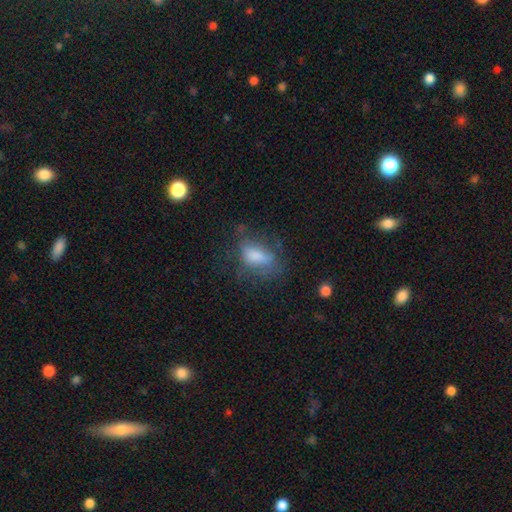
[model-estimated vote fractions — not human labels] smooth 63%, featured or disk 25%, star or artifact 12%. Down the decision tree: how rounded — in between (78%); merging — none (47%).